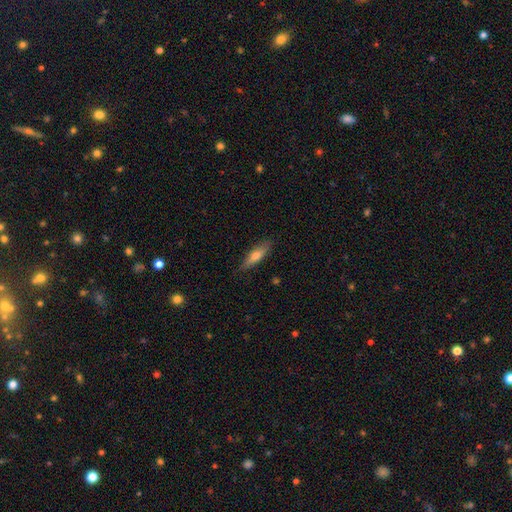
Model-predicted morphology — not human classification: A smooth galaxy with no disk features (62%) that is cigar-shaped (67%). Merging: none (84%).